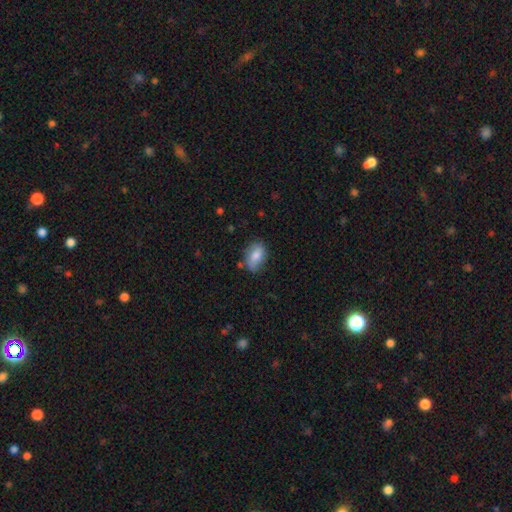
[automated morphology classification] Smooth or featured? Predicted: smooth (p=0.75). How rounded? Predicted: in between (p=0.87). Merging? Predicted: none (p=0.68).